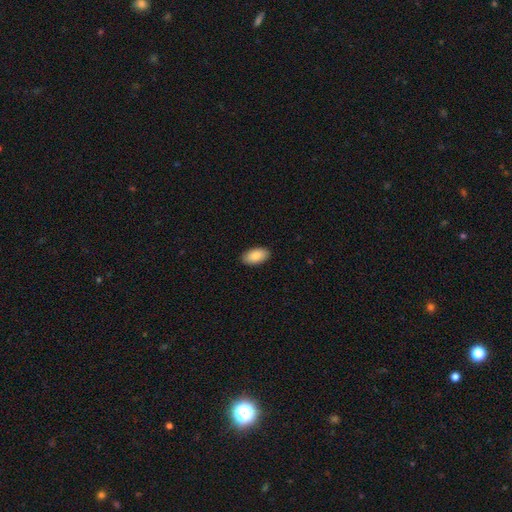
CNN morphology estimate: Smooth or featured? Predicted: smooth (p=0.88). How rounded? Predicted: in between (p=0.95). Merging? Predicted: none (p=0.90).